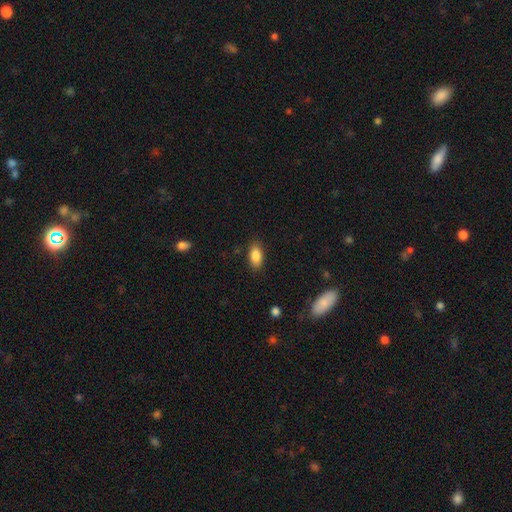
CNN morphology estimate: type=smooth (86%); roundness=in between (90%); merging=none (84%).